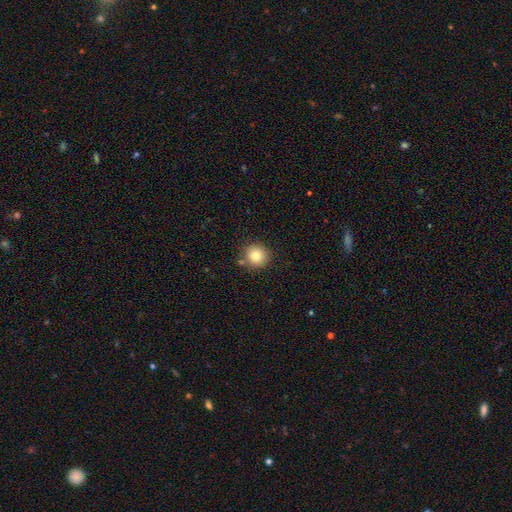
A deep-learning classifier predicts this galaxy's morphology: This is clearly a smooth galaxy (82%). How rounded: clearly round (91%). Merging: clearly none (81%).